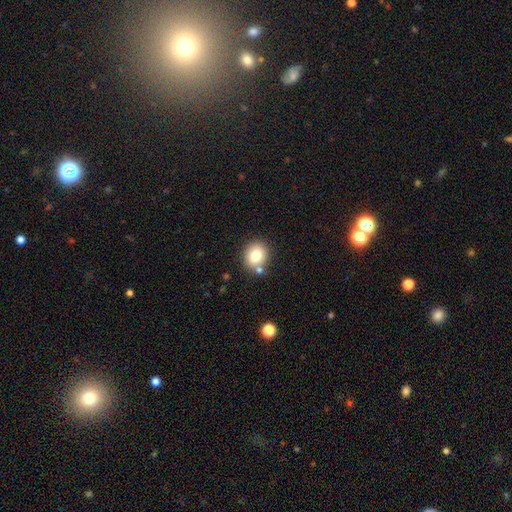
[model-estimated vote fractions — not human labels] Smooth or featured?
  - smooth: 78% *
  - featured or disk: 12%
  - star or artifact: 10%
How rounded?
  - round: 71% *
  - in between: 29%
  - cigar-shaped: 1%
Merging?
  - none: 75% *
  - minor disturbance: 11%
  - merger: 11%
  - major disturbance: 3%